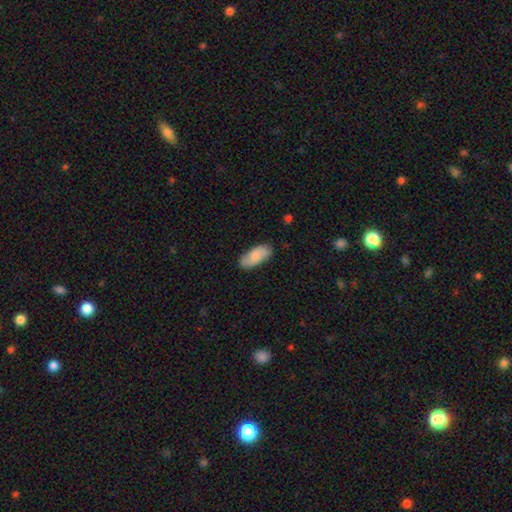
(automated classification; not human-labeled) Smooth or featured?
  - smooth: 77% *
  - featured or disk: 17%
  - star or artifact: 6%
How rounded?
  - in between: 89% *
  - cigar-shaped: 9%
  - round: 2%
Merging?
  - none: 81% *
  - minor disturbance: 15%
  - major disturbance: 3%
  - merger: 1%